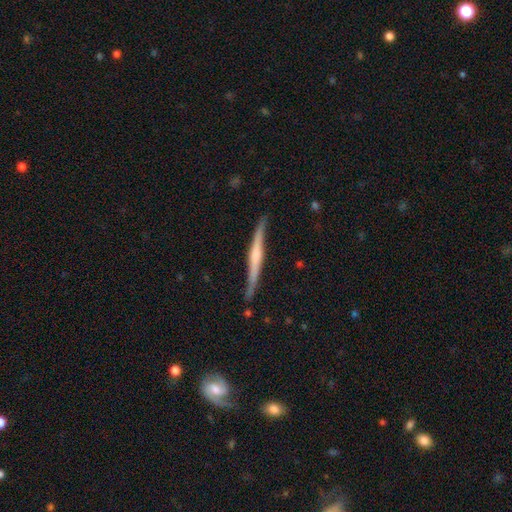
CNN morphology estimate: Q: Smooth or featured?
A: featured or disk (66%); runner-up: smooth (28%)
Q: Edge-on disk?
A: yes (97%); runner-up: no (3%)
Q: Edge-on bulge?
A: rounded (46%); runner-up: none (31%)
Q: Merging?
A: none (81%); runner-up: minor disturbance (15%)